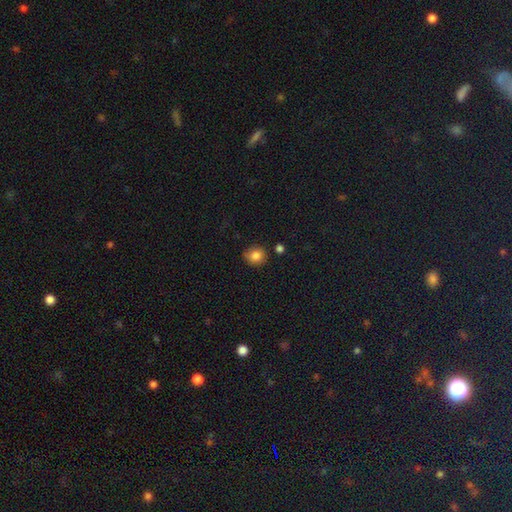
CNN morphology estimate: The model was most divided on "how rounded": round: 80%, in between: 19%, cigar-shaped: 1%. More confident: smooth or featured — smooth (84%); merging — none (79%).